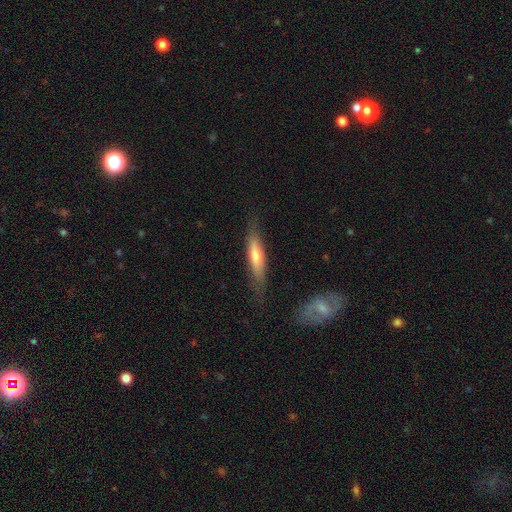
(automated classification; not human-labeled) Overall: smooth (50%; featured or disk 44%). Merging: none (76%).